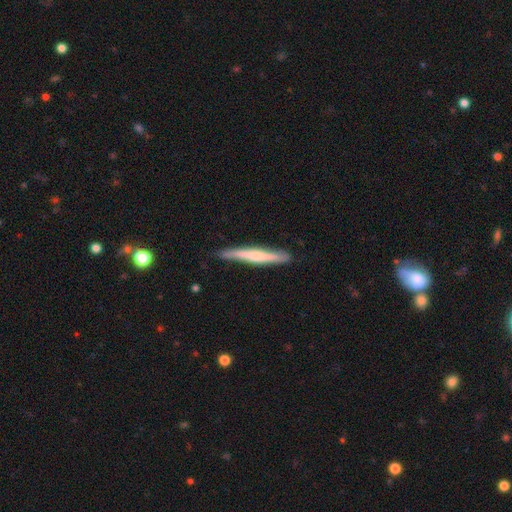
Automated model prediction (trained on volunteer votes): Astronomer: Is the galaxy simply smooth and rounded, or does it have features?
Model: featured or disk — 49% (runner-up: smooth, 46%).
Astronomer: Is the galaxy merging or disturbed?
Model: none — 82%.